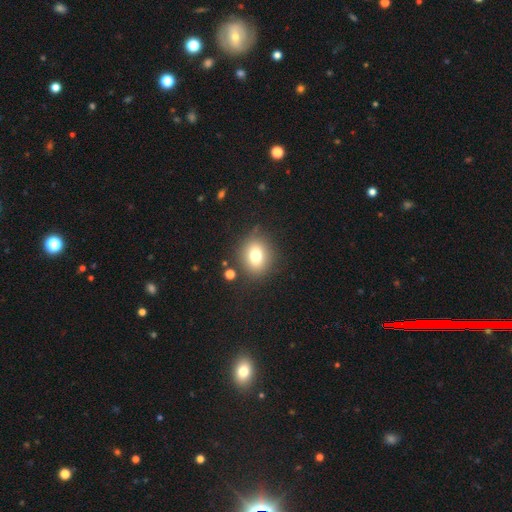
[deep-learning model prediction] Smooth or featured? Predicted: smooth (p=0.75). How rounded? Predicted: round (p=0.60). Merging? Predicted: none (p=0.80).